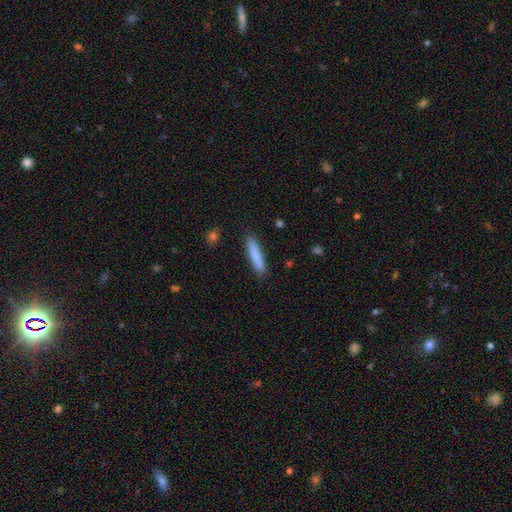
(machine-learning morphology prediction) Smooth or featured?
  - smooth: 83% *
  - featured or disk: 11%
  - star or artifact: 6%
How rounded?
  - cigar-shaped: 90% *
  - in between: 9%
  - round: 1%
Merging?
  - none: 87% *
  - minor disturbance: 9%
  - major disturbance: 2%
  - merger: 1%